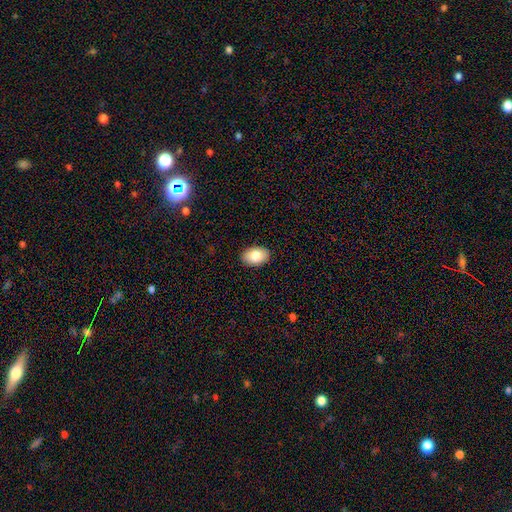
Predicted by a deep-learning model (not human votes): This appears to be a smooth galaxy with no disk features (83%) that is in between round and cigar-shaped (88%). Merging: none (90%).